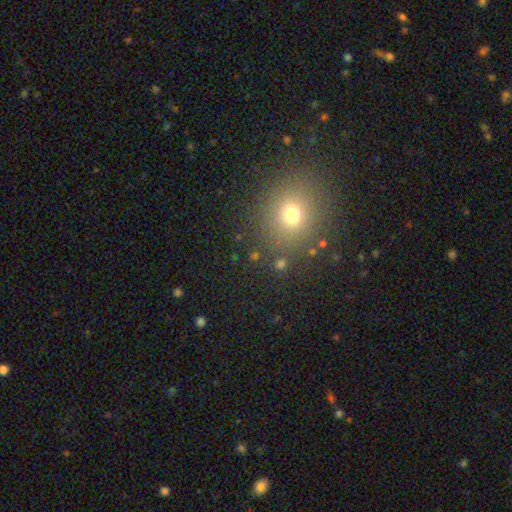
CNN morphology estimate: Smooth or featured? Predicted: smooth (p=0.62). How rounded? Predicted: round (p=0.80). Merging? Predicted: none (p=0.85).